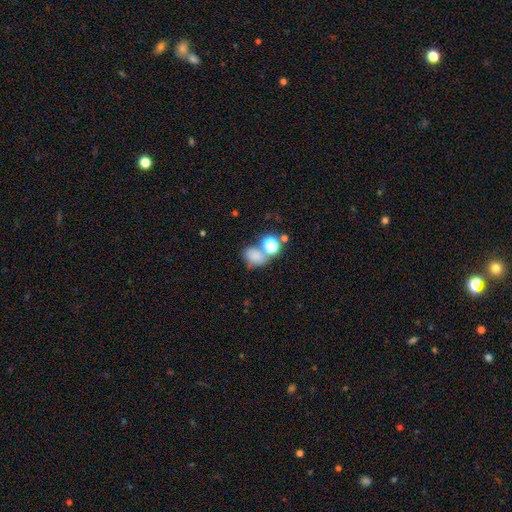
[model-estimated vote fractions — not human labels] This appears to be a smooth galaxy with no disk features (70%) that is in between round and cigar-shaped (54%). Merging: none (47%).